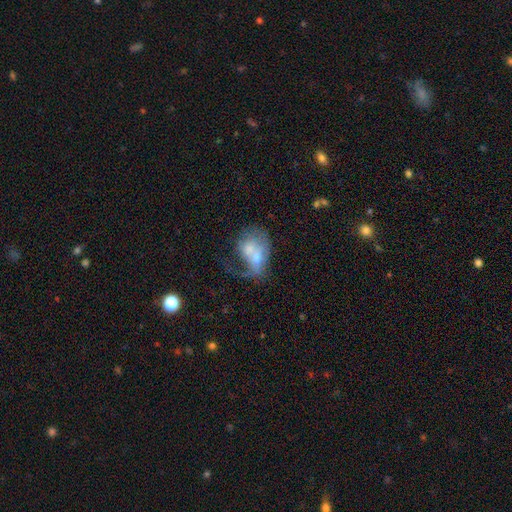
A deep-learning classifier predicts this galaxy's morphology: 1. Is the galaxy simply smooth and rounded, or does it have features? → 46% smooth, 45% featured or disk, 9% star or artifact.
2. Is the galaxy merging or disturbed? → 42% major disturbance, 27% merger, 17% none, 13% minor disturbance.